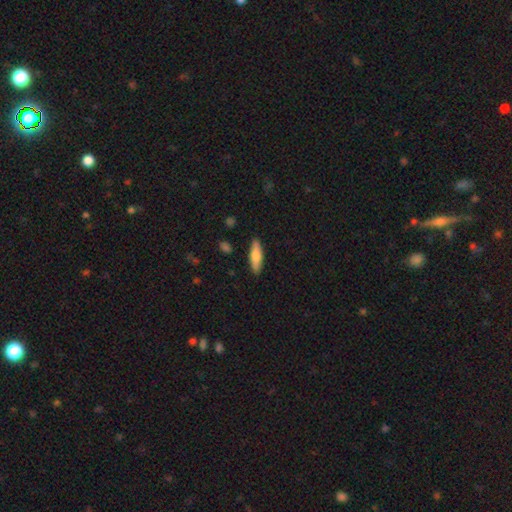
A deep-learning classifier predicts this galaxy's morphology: This appears to be a smooth galaxy with no disk features (69%) that is cigar-shaped (62%). Merging: none (89%).